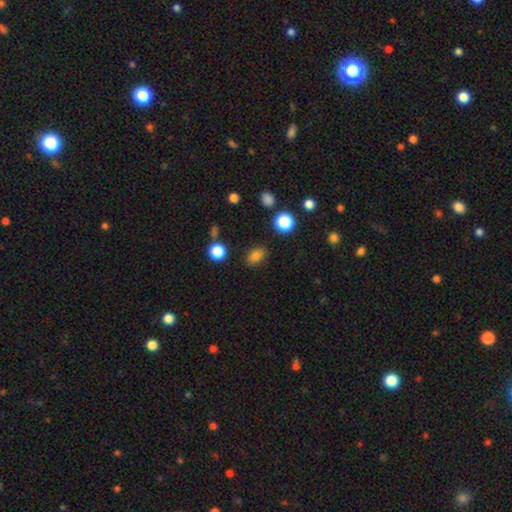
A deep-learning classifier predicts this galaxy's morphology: The model was most divided on "how rounded": in between: 74%, round: 23%, cigar-shaped: 2%. More confident: merging — none (83%); smooth or featured — smooth (79%).